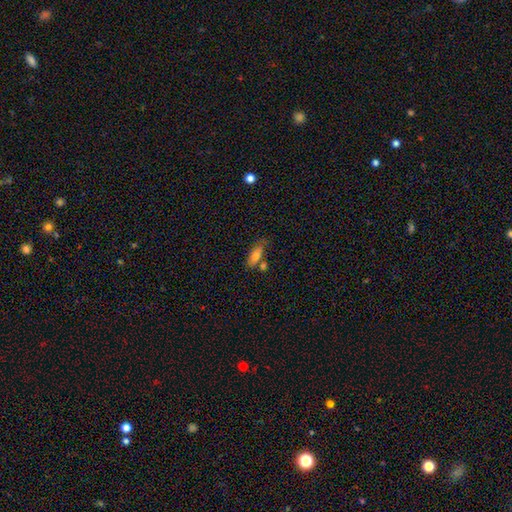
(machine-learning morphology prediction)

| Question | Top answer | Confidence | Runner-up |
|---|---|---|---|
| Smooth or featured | smooth | 73% | featured or disk (18%) |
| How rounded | in between | 71% | cigar-shaped (26%) |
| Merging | none | 58% | minor disturbance (19%) |